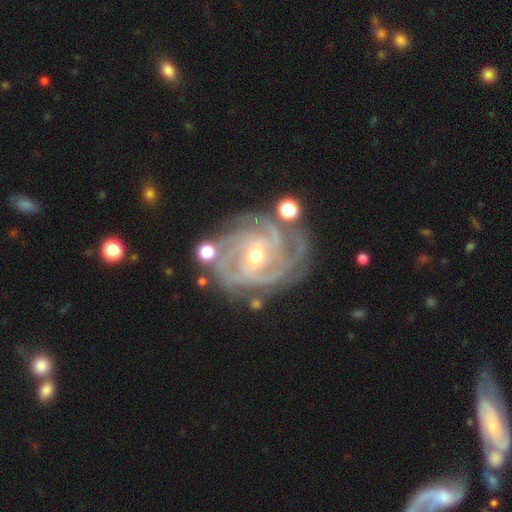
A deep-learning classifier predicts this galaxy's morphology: smooth_or_featured: featured or disk (p=0.93) [alt: star or artifact p=0.04]
disk_edge_on: no (p=0.98) [alt: yes p=0.02]
bar: weak (p=0.42) [alt: no p=0.39]
has_spiral_arms: yes (p=0.98) [alt: no p=0.02]
spiral_winding: tight (p=0.73) [alt: medium p=0.24]
spiral_arm_count: 4 (p=0.35) [alt: 3 p=0.25]
bulge_size: small (p=0.53) [alt: moderate p=0.44]
merging: none (p=0.74) [alt: minor disturbance p=0.16]